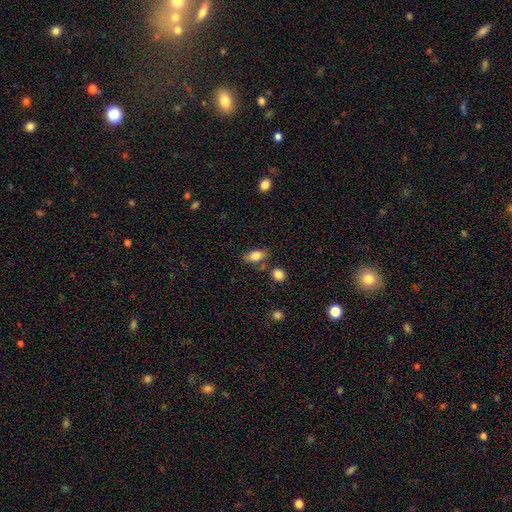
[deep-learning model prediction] smooth 82%, featured or disk 10%, star or artifact 8%. Down the decision tree: how rounded — in between (86%); merging — none (71%).